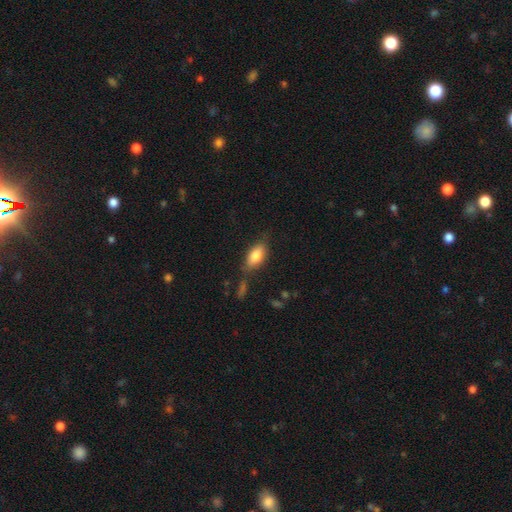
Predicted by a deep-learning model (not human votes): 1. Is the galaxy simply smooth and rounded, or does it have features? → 77% smooth, 16% featured or disk, 7% star or artifact.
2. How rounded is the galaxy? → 84% in between, 12% cigar-shaped, 4% round.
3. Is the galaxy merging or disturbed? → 70% none, 19% minor disturbance, 6% major disturbance, 5% merger.